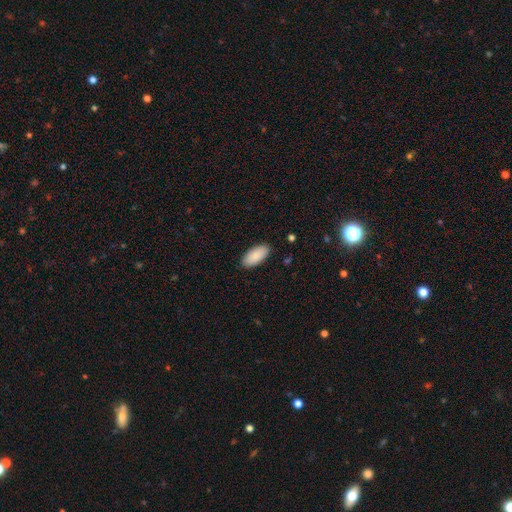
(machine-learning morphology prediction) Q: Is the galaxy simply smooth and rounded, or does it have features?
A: smooth — 89%.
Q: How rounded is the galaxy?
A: in between — 93%.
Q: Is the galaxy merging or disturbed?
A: none — 89%.